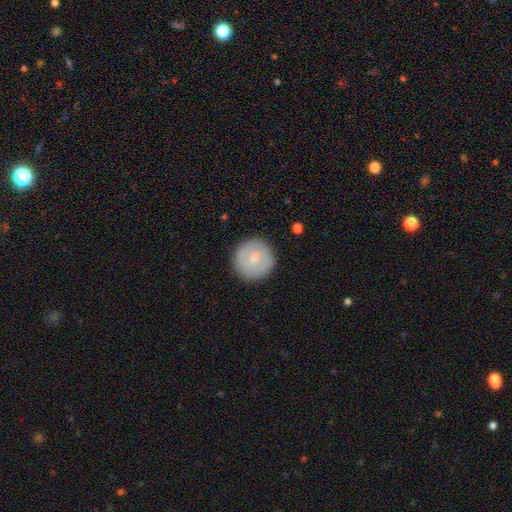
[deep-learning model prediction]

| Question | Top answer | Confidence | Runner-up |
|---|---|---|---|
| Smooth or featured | smooth | 63% | featured or disk (30%) |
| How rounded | round | 95% | in between (4%) |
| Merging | none | 89% | minor disturbance (8%) |